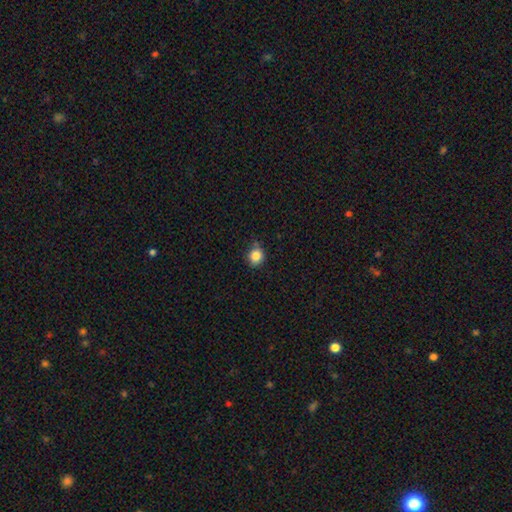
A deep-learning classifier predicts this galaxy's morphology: type=smooth (85%); roundness=round (79%); merging=none (74%).